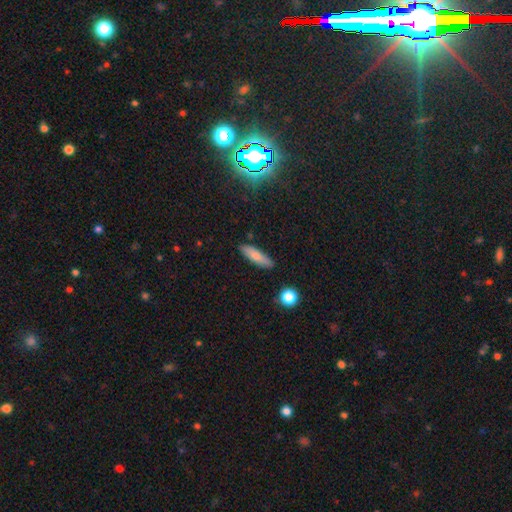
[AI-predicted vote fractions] Smooth or featured?
  - smooth: 75% *
  - featured or disk: 18%
  - star or artifact: 7%
How rounded?
  - cigar-shaped: 61% *
  - in between: 36%
  - round: 2%
Merging?
  - none: 87% *
  - minor disturbance: 10%
  - major disturbance: 2%
  - merger: 2%